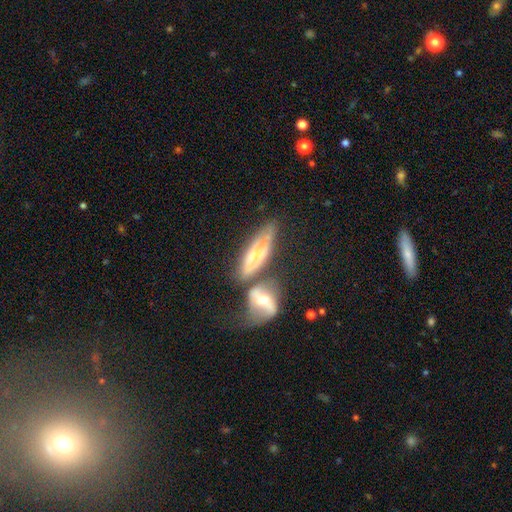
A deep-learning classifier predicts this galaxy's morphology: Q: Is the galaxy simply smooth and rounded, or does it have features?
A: featured or disk — 60%.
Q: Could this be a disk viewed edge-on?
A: no — 57%.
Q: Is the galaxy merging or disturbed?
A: merger — 45%.